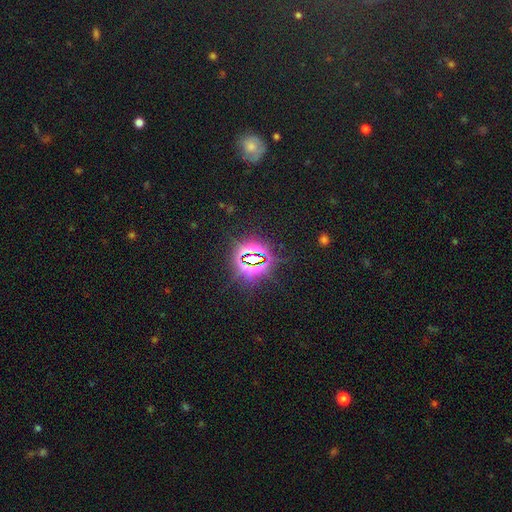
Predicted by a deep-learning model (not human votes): Overall: star or artifact (82%).